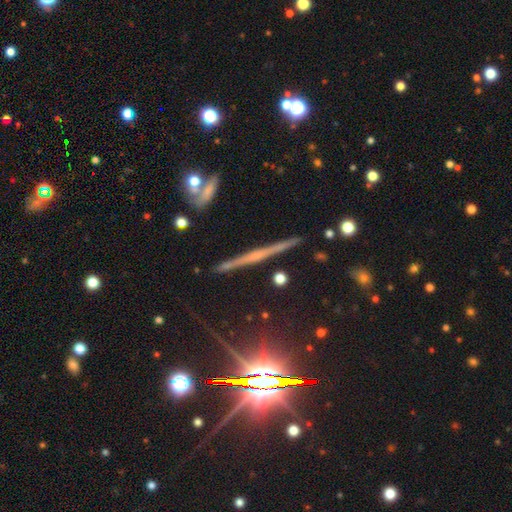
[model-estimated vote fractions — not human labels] featured or disk 68%, smooth 19%, star or artifact 13%. Down the decision tree: edge-on disk — yes (97%); edge-on bulge — none (51%); merging — none (88%).